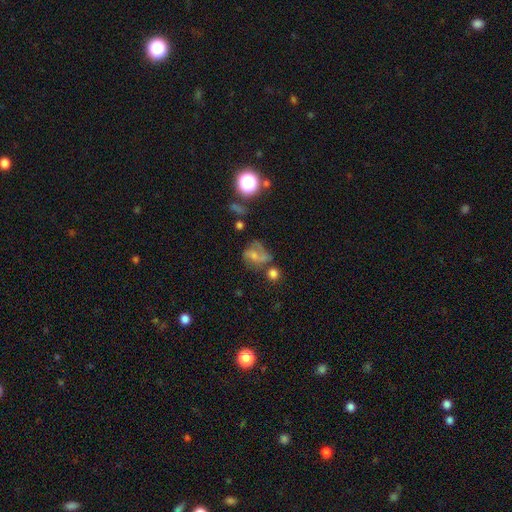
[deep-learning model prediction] A featured or disk galaxy (46%).

Vote fractions:
- Smooth or featured? featured or disk: 46% / smooth: 39% / star or artifact: 15%
- Merging? none: 37% / major disturbance: 25% / minor disturbance: 23% / merger: 14%